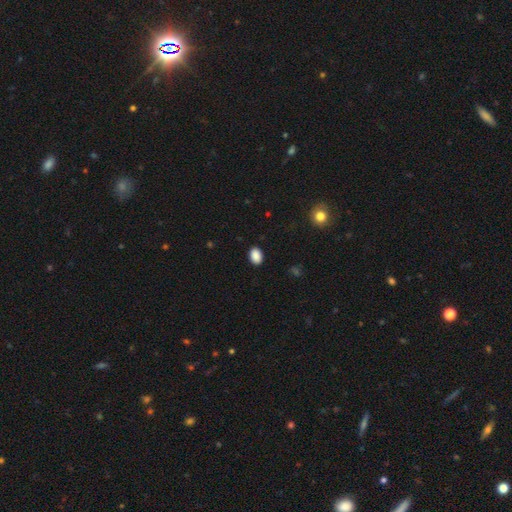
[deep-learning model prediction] smooth 89%, star or artifact 8%, featured or disk 3%. Down the decision tree: how rounded — in between (82%); merging — none (88%).